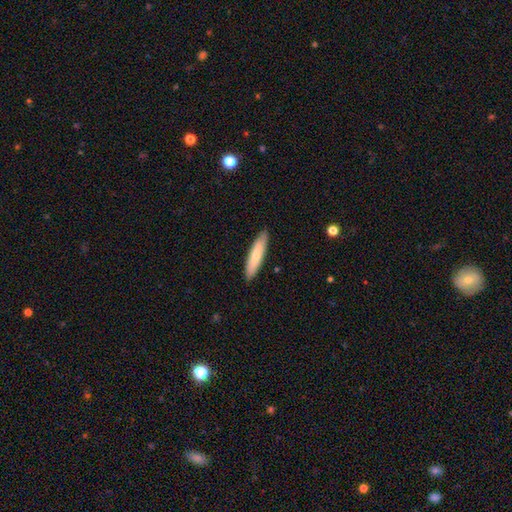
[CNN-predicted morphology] Smooth or featured?
  - smooth: 72% *
  - featured or disk: 23%
  - star or artifact: 5%
How rounded?
  - cigar-shaped: 83% *
  - in between: 16%
  - round: 1%
Merging?
  - none: 89% *
  - minor disturbance: 8%
  - major disturbance: 1%
  - merger: 1%